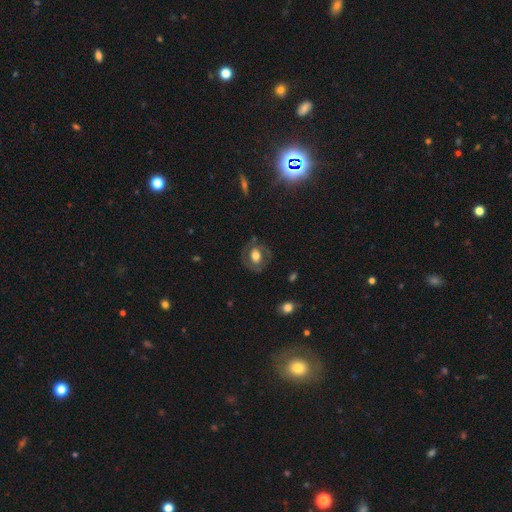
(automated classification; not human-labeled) featured or disk 47%, smooth 45%, star or artifact 8%. Down the decision tree: merging — none (72%).